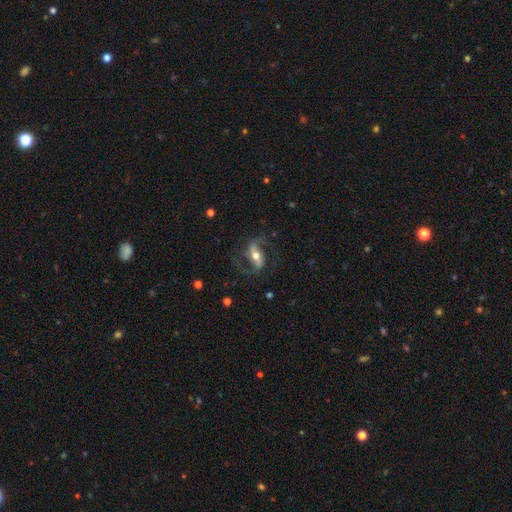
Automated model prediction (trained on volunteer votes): Smooth or featured?
  - featured or disk: 83% *
  - smooth: 11%
  - star or artifact: 6%
Edge-on disk?
  - no: 93% *
  - yes: 7%
Bar?
  - strong: 50% *
  - weak: 30%
  - no: 19%
Spiral arms?
  - yes: 94% *
  - no: 6%
Spiral winding?
  - loose: 48% *
  - medium: 42%
  - tight: 9%
Spiral arm count?
  - 2: 92% *
  - can't tell: 3%
  - 1: 2%
  - 3: 1%
  - 4: 1%
  - more than 4: 1%
Bulge size?
  - moderate: 68% *
  - small: 20%
  - large: 9%
  - dominant: 1%
  - none: 1%
Merging?
  - none: 72% *
  - minor disturbance: 14%
  - major disturbance: 12%
  - merger: 2%